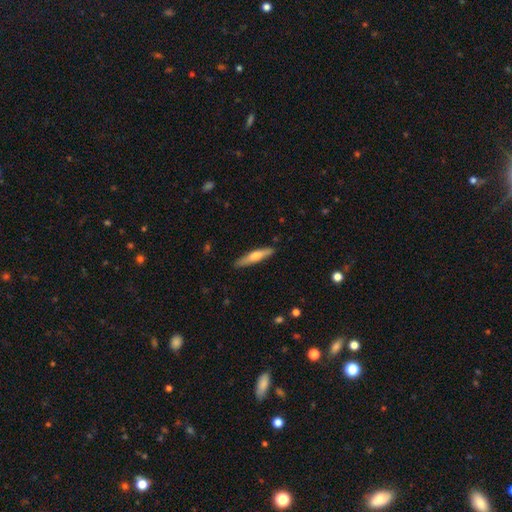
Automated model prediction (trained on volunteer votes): smooth-or-featured: smooth: 51% | featured or disk: 44% | star or artifact: 5%
  how-rounded: cigar-shaped: 88% | in between: 10% | round: 2%
  merging: none: 89% | minor disturbance: 9% | major disturbance: 2% | merger: 1%